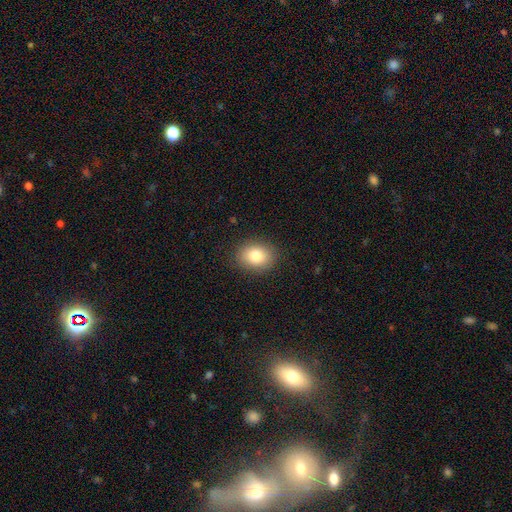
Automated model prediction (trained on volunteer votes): Morphology: type=smooth (83%); roundness=in between (61%); merging=none (87%).